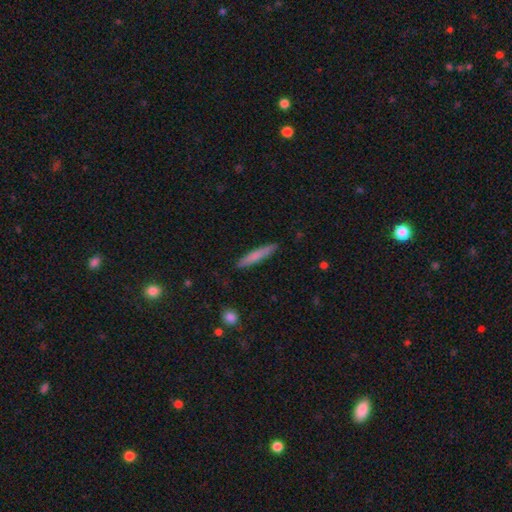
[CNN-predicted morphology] Smooth or featured? Predicted: smooth (p=0.73). How rounded? Predicted: cigar-shaped (p=0.94). Merging? Predicted: none (p=0.89).